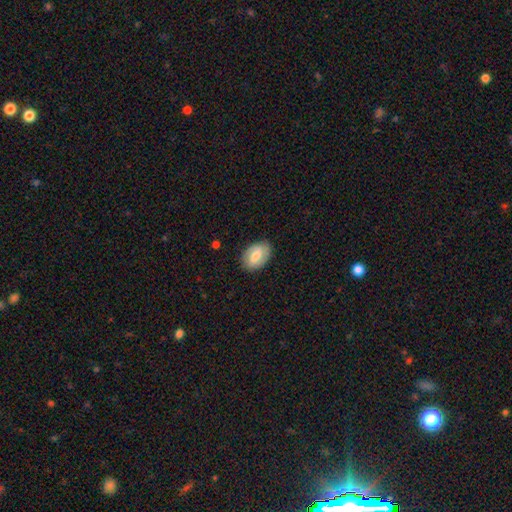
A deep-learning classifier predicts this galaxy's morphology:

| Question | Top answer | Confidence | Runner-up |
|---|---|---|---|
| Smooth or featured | smooth | 62% | featured or disk (32%) |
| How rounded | in between | 87% | round (12%) |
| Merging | none | 84% | minor disturbance (12%) |